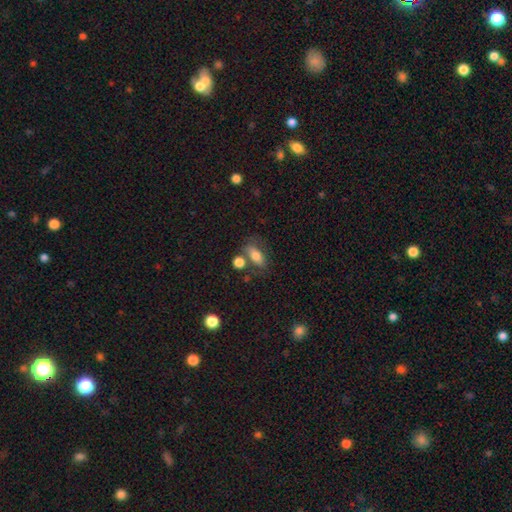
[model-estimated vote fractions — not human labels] Smooth or featured? Predicted: smooth (p=0.74). How rounded? Predicted: in between (p=0.80). Merging? Predicted: none (p=0.58).